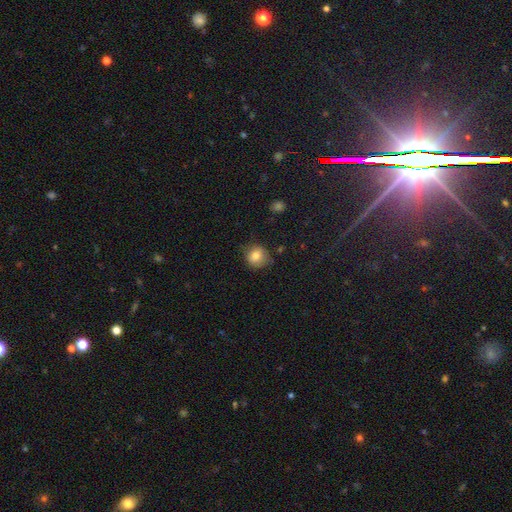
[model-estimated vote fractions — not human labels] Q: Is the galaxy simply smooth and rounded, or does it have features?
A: smooth — 80%.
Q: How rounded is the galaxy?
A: round — 83%.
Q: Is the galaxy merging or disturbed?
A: none — 76%.